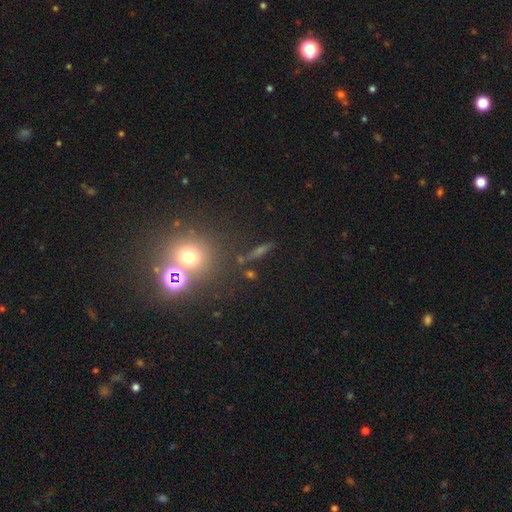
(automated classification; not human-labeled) Smooth or featured?
  - star or artifact: 51% *
  - smooth: 37%
  - featured or disk: 12%